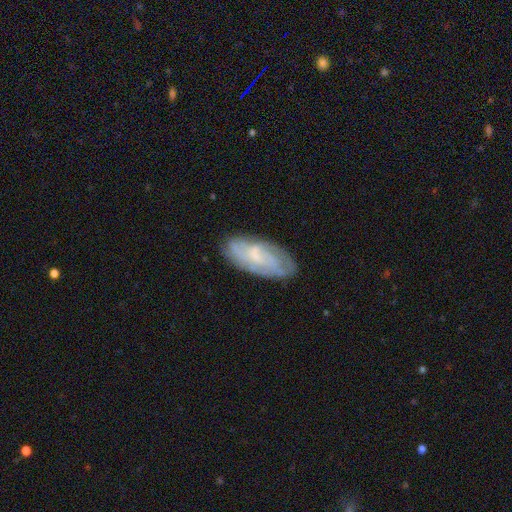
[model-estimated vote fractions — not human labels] Smooth or featured? featured or disk (60%)
Edge-on disk? no (91%)
Bar? no (54%)
Spiral arms? yes (81%)
Bulge size? small (50%)
Merging? none (76%)